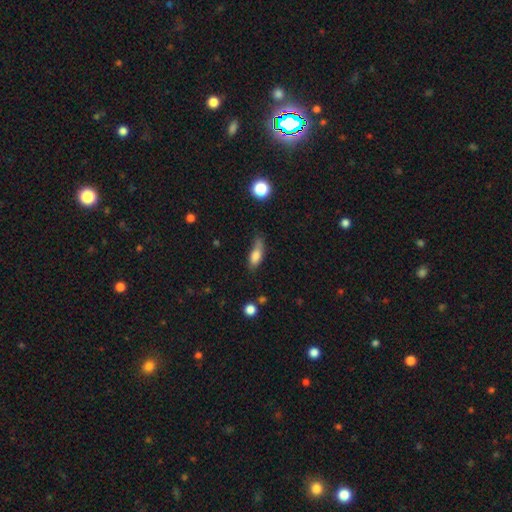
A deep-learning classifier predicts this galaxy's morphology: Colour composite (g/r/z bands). It shows a smooth galaxy with no disk features (76%) that is in between round and cigar-shaped (65%). Merging: none (49%).